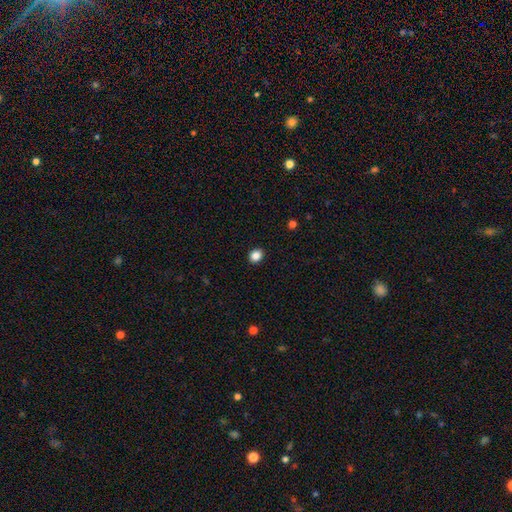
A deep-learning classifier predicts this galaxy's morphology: Overall: smooth (86%). How rounded: round (61%; in between 38%). Merging: none (91%).